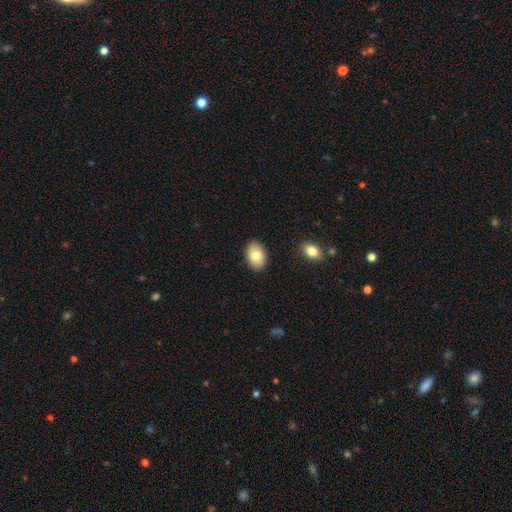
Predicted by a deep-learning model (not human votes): This is likely a smooth galaxy (80%). How rounded: clearly in between (88%). Merging: clearly none (88%).